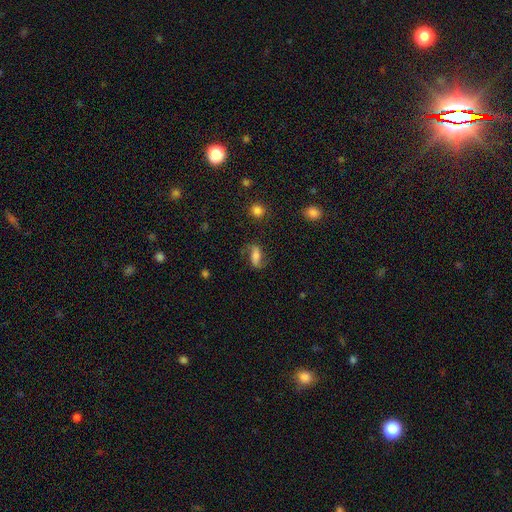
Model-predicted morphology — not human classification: A featured or disk galaxy (59%) with a strong bar (37%), 2 (90%) loose (63%) spiral arms (91%) and a moderate central bulge (38%).

Vote fractions:
- Smooth or featured? featured or disk: 59% / smooth: 31% / star or artifact: 10%
- Edge-on disk? no: 93% / yes: 7%
- Bar? strong: 37% / weak: 33% / no: 30%
- Spiral arms? yes: 91% / no: 9%
- Spiral winding? loose: 63% / medium: 28% / tight: 9%
- Spiral arm count? 2: 90% / can't tell: 4% / 1: 3% / 3: 1% / 4: 1% / more than 4: 1%
- Bulge size? moderate: 38% / small: 28% / large: 17% / none: 13% / dominant: 4%
- Merging? none: 70% / minor disturbance: 17% / major disturbance: 11% / merger: 2%